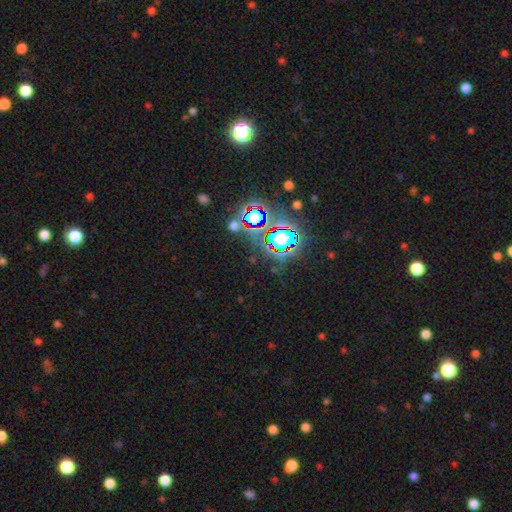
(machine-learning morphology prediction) smooth-or-featured: star or artifact: 78% | smooth: 14% | featured or disk: 9%